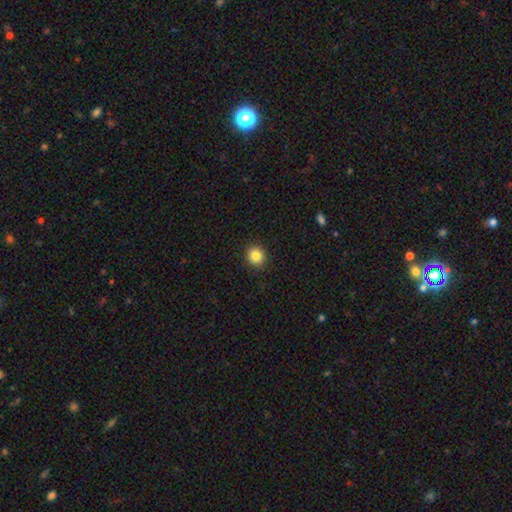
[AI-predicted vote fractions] Smooth or featured? Predicted: smooth (p=0.86). How rounded? Predicted: round (p=0.88). Merging? Predicted: none (p=0.92).